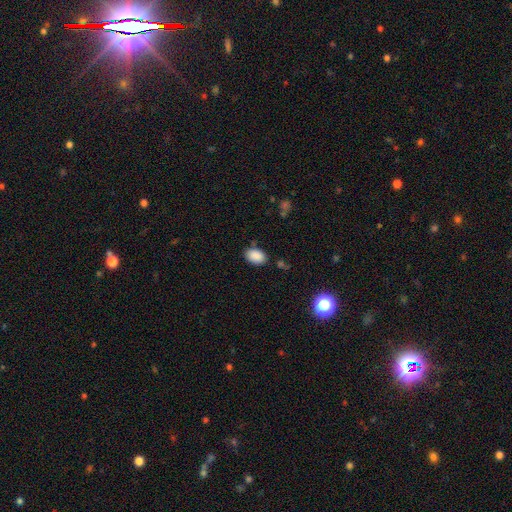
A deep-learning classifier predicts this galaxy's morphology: The model was most divided on "merging": none: 81%, minor disturbance: 13%, major disturbance: 3%, merger: 3%. More confident: smooth or featured — smooth (89%); how rounded — in between (86%).